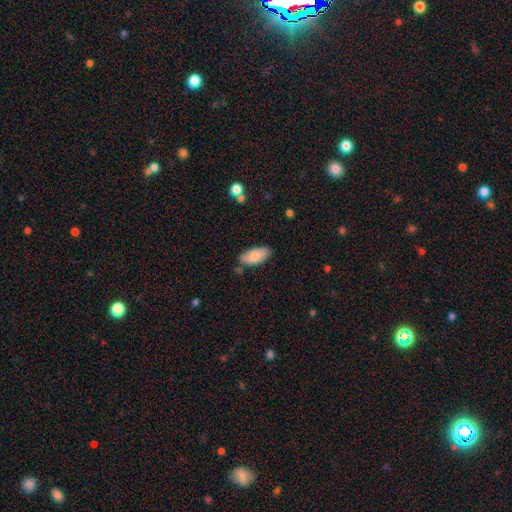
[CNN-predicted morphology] smooth_or_featured: smooth (p=0.84) [alt: featured or disk p=0.10]
how_rounded: in between (p=0.91) [alt: cigar-shaped p=0.07]
merging: none (p=0.76) [alt: minor disturbance p=0.18]